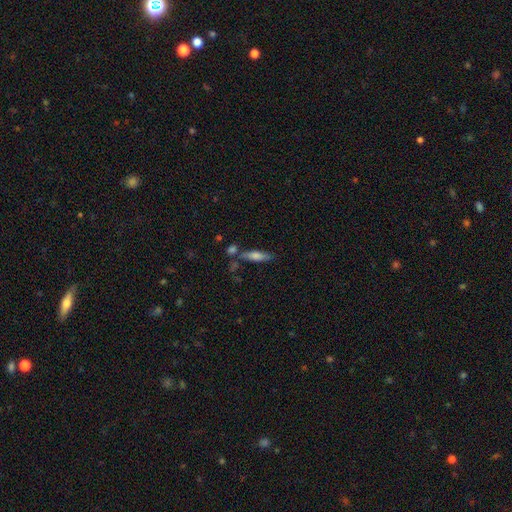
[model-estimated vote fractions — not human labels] Smooth or featured? Predicted: smooth (p=0.63). How rounded? Predicted: cigar-shaped (p=0.64). Merging? Predicted: none (p=0.64).